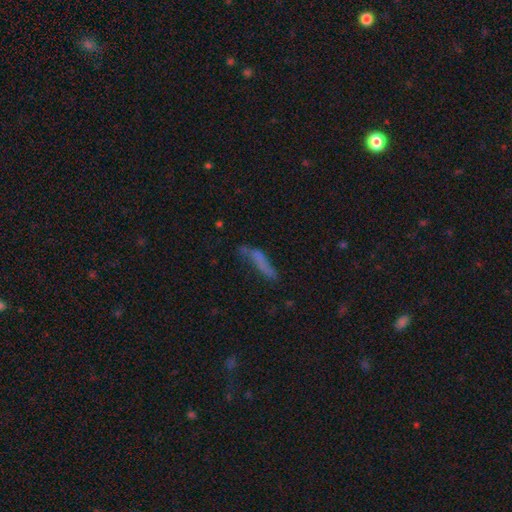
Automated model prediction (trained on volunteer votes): smooth 54%, featured or disk 33%, star or artifact 13%. Down the decision tree: how rounded — cigar-shaped (82%); merging — none (49%).